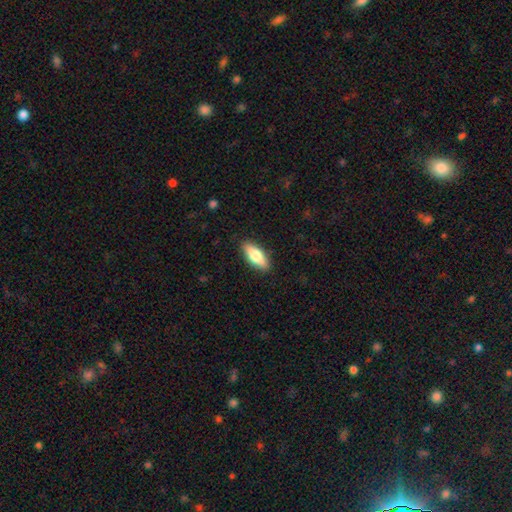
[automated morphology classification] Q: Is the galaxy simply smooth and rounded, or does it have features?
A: smooth — 75%.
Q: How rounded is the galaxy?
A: in between — 74%.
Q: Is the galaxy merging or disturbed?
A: none — 88%.